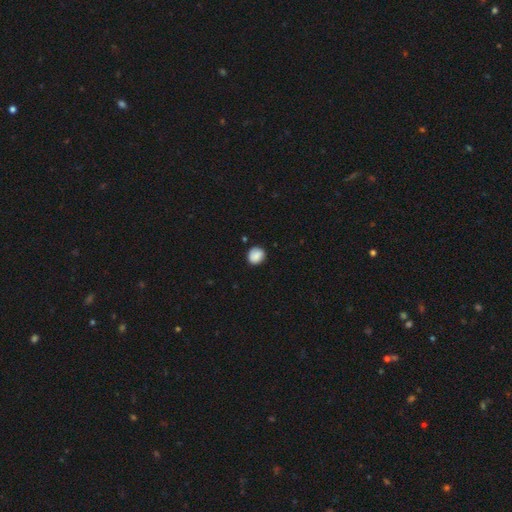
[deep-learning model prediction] smooth_or_featured: smooth (p=0.86) [alt: star or artifact p=0.08]
how_rounded: round (p=0.77) [alt: in between p=0.22]
merging: none (p=0.83) [alt: minor disturbance p=0.13]